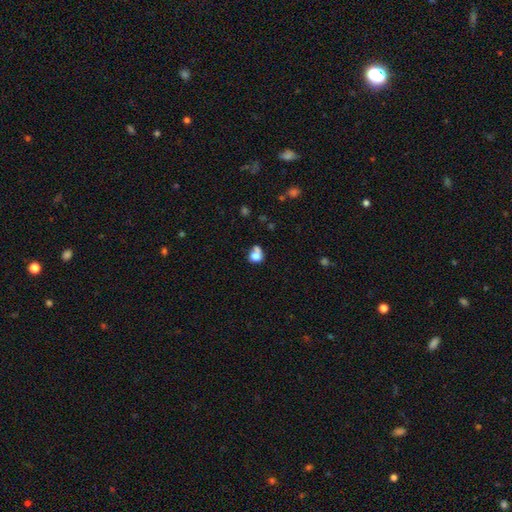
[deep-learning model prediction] smooth 76%, featured or disk 13%, star or artifact 11%. Down the decision tree: how rounded — round (67%); merging — merger (39%).